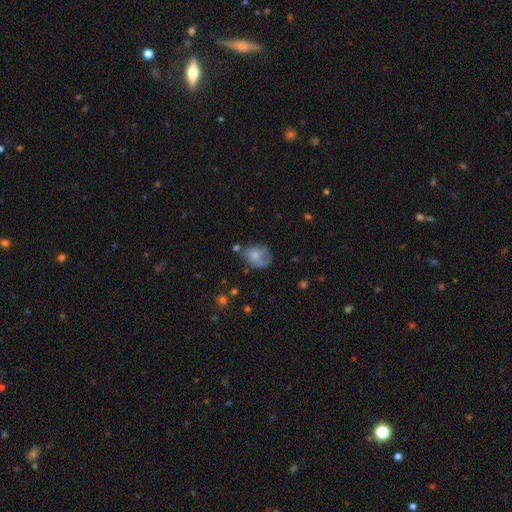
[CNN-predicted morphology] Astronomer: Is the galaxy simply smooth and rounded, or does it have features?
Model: smooth — 69%.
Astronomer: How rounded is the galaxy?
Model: in between — 51% (runner-up: round, 48%).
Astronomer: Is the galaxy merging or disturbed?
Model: none — 47% (runner-up: minor disturbance, 30%).